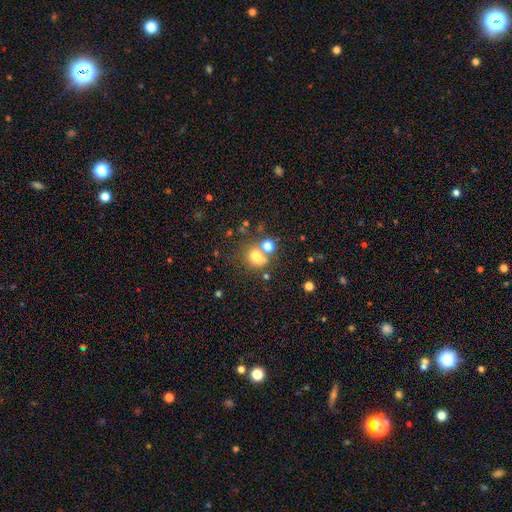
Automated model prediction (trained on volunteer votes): smooth_or_featured: smooth (p=0.71) [alt: star or artifact p=0.17]
how_rounded: round (p=0.78) [alt: in between p=0.21]
merging: none (p=0.56) [alt: merger p=0.30]